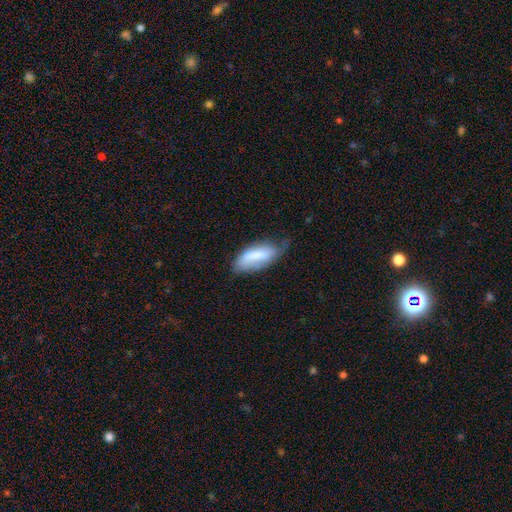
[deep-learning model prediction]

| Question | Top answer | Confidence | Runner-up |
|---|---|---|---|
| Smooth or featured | smooth | 68% | featured or disk (25%) |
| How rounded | in between | 82% | cigar-shaped (16%) |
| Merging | minor disturbance | 43% | none (33%) |